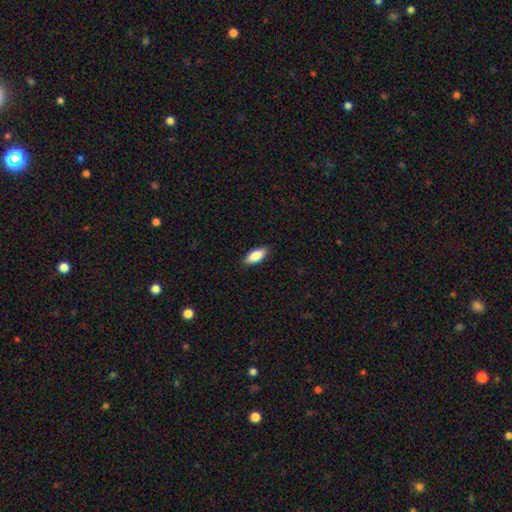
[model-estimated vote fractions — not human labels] smooth 85%, featured or disk 9%, star or artifact 6%. Down the decision tree: how rounded — in between (87%); merging — none (88%).